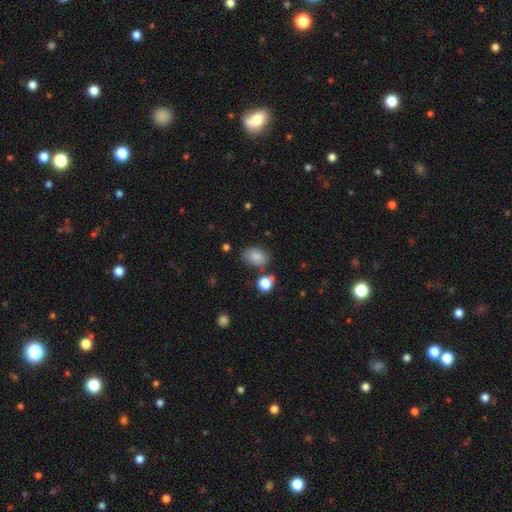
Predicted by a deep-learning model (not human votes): Morphology: type=smooth (83%); roundness=in between (82%); merging=none (75%).